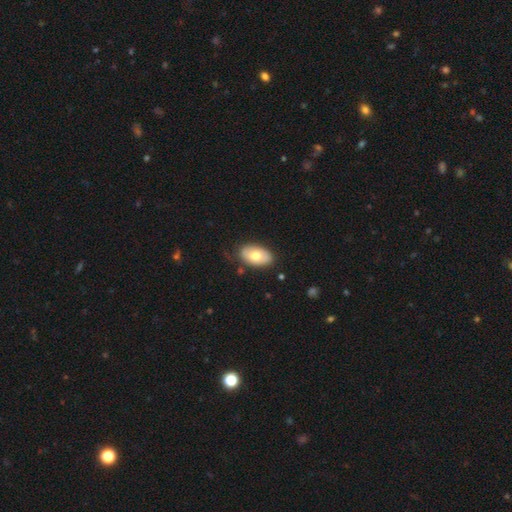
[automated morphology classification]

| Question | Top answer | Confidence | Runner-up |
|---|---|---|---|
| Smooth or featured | smooth | 65% | featured or disk (29%) |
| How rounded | in between | 93% | round (6%) |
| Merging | none | 79% | minor disturbance (16%) |